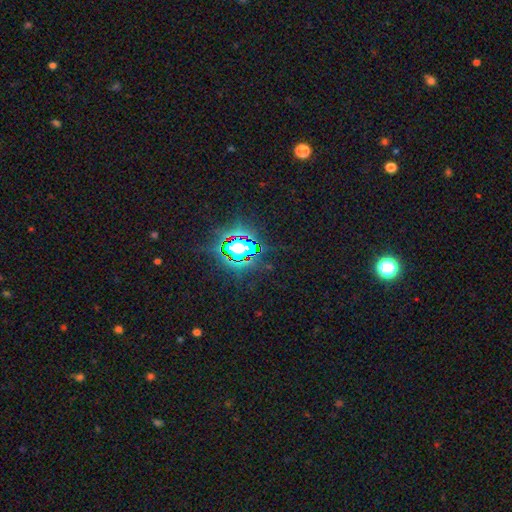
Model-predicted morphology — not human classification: This is clearly a star or artifact rather than a galaxy (85%).